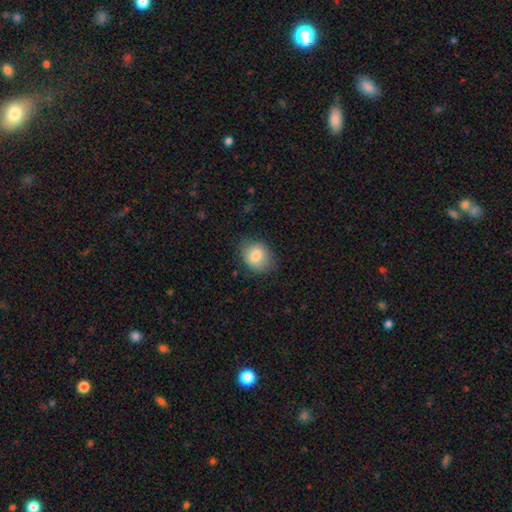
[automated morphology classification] smooth 81%, featured or disk 12%, star or artifact 8%. Down the decision tree: how rounded — in between (50%); merging — none (72%).